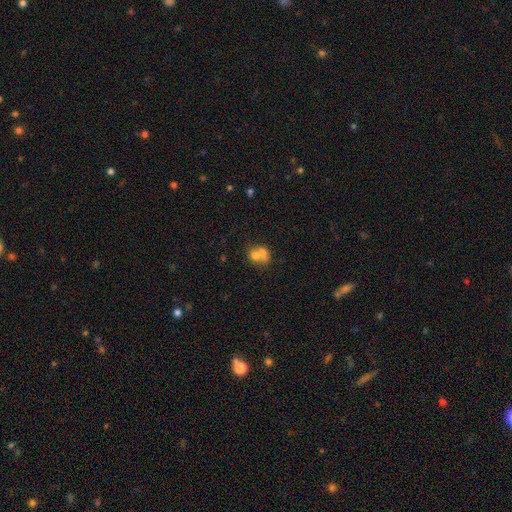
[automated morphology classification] type=smooth (64%); roundness=round (63%); merging=merger (65%).